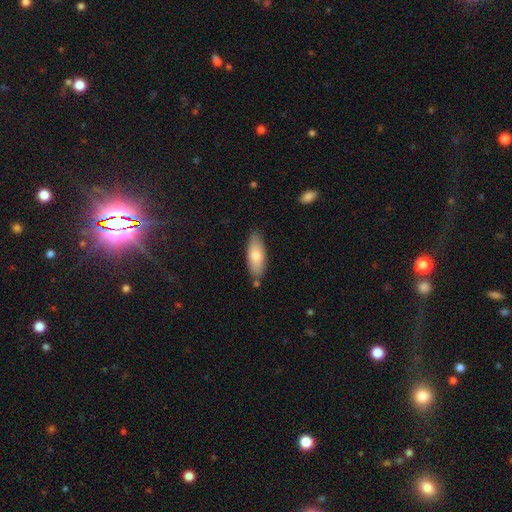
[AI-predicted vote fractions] smooth 76%, featured or disk 18%, star or artifact 6%. Down the decision tree: how rounded — in between (71%); merging — none (79%).